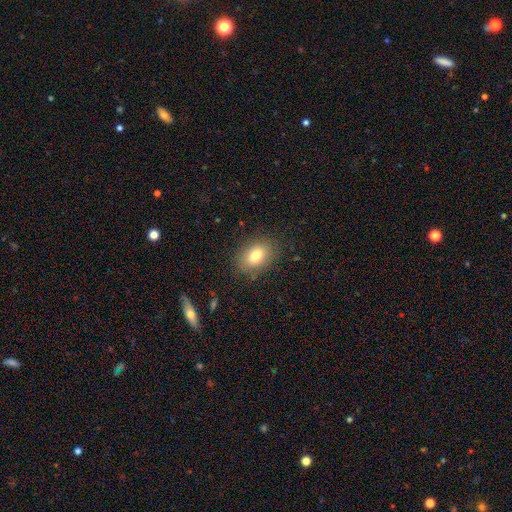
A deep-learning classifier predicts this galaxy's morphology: A smooth galaxy with no disk features (78%) that is in between round and cigar-shaped (79%). Merging: none (84%).